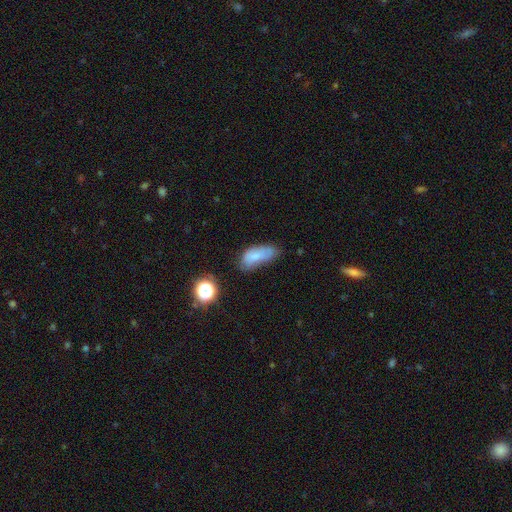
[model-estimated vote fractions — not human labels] Overall: smooth (72%). How rounded: in between (86%). Merging: none (43%; minor disturbance 36%).